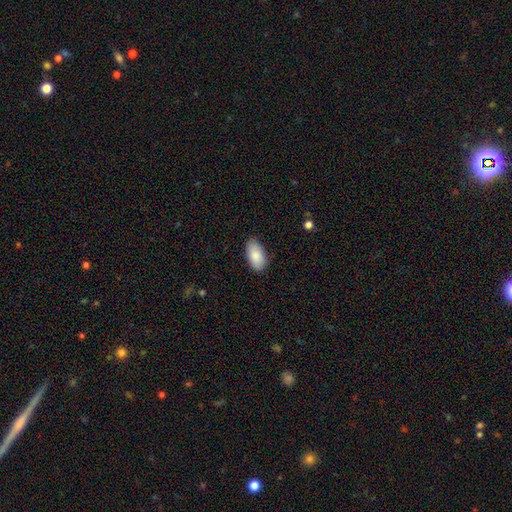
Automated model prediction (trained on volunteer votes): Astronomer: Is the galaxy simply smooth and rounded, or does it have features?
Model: smooth — 87%.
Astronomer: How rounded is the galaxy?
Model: in between — 95%.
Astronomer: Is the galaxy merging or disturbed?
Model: none — 84%.